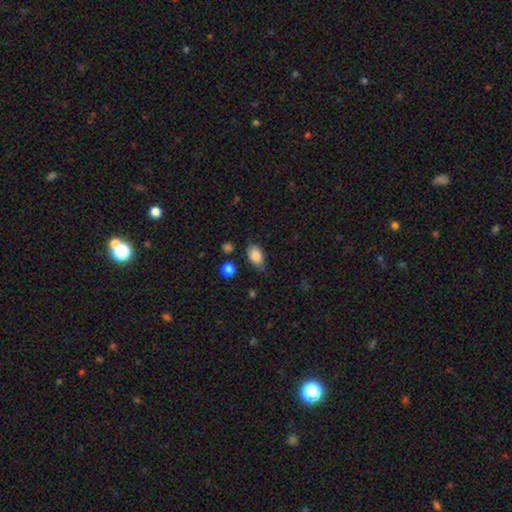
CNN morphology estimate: A smooth galaxy with no disk features (85%) that is in between round and cigar-shaped (88%). Merging: none (69%).